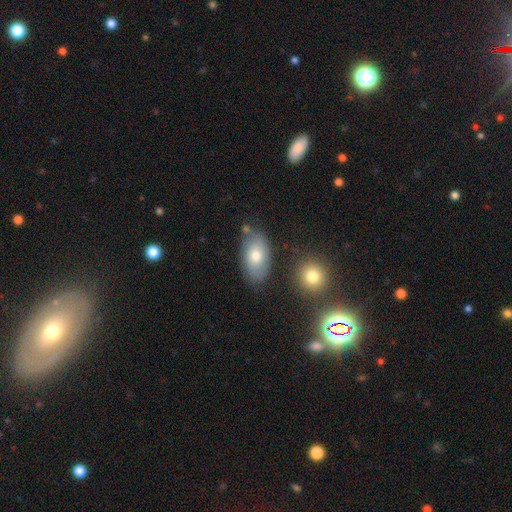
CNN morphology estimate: This is likely a smooth galaxy (70%). How rounded: clearly in between (91%). Merging: likely none (72%).